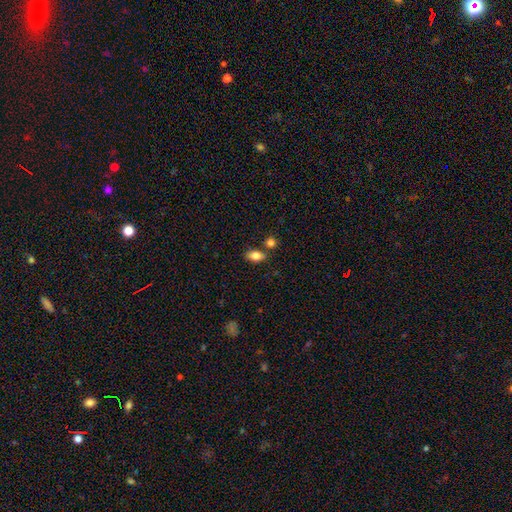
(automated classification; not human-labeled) This appears to be a smooth galaxy with no disk features (83%) that is in between round and cigar-shaped (86%). Merging: none (75%).